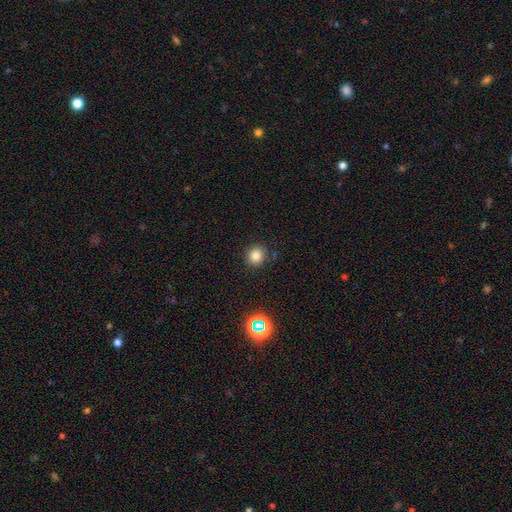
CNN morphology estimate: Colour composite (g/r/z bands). It shows a smooth galaxy with no disk features (79%) that is round (89%). Merging: none (86%).